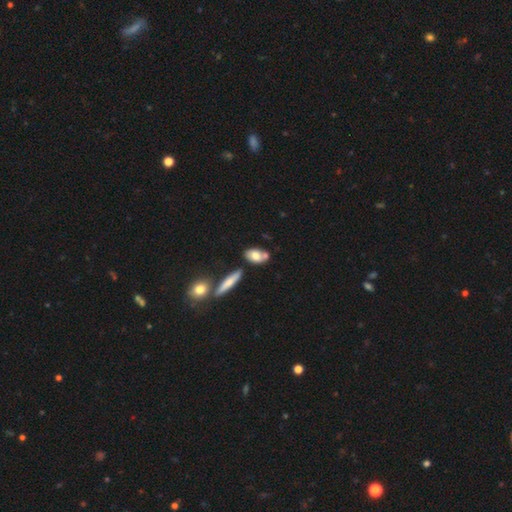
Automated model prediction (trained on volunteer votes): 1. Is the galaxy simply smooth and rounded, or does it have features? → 70% smooth, 23% featured or disk, 7% star or artifact.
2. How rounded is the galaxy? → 81% in between, 12% round, 7% cigar-shaped.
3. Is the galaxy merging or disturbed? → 50% none, 28% merger, 17% minor disturbance, 5% major disturbance.